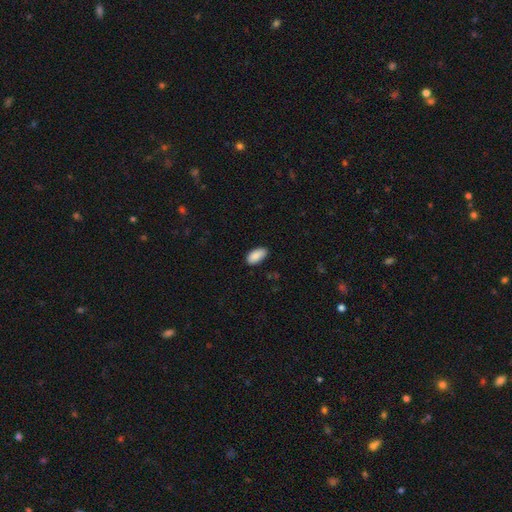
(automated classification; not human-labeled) Smooth or featured?
  - smooth: 90% *
  - star or artifact: 7%
  - featured or disk: 4%
How rounded?
  - in between: 94% *
  - cigar-shaped: 4%
  - round: 2%
Merging?
  - none: 81% *
  - minor disturbance: 15%
  - major disturbance: 2%
  - merger: 1%